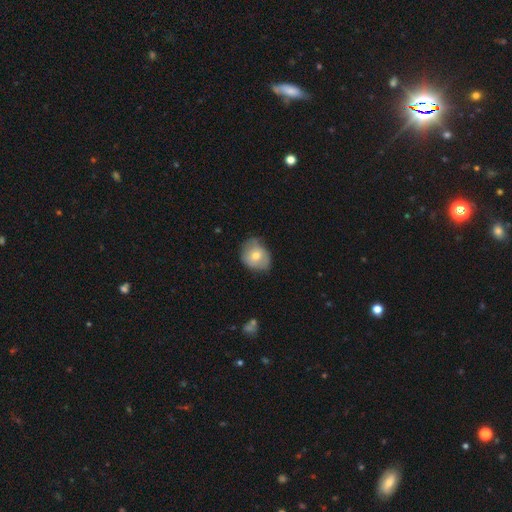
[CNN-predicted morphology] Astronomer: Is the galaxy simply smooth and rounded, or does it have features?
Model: smooth — 66%.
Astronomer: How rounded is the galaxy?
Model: round — 56% (runner-up: in between, 43%).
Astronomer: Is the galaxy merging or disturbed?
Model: none — 55% (runner-up: minor disturbance, 35%).